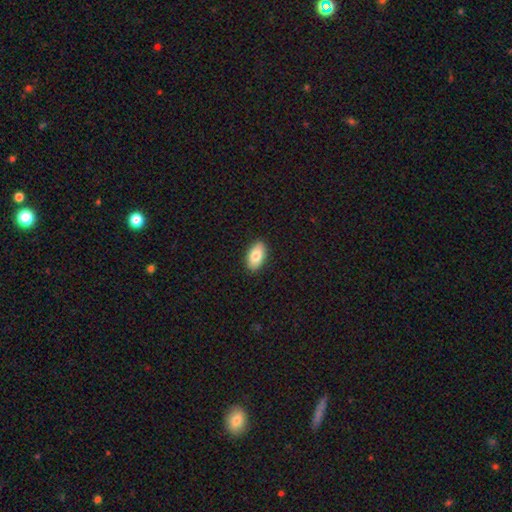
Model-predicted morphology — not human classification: This is clearly a smooth galaxy (80%). How rounded: clearly in between (94%). Merging: clearly none (90%).